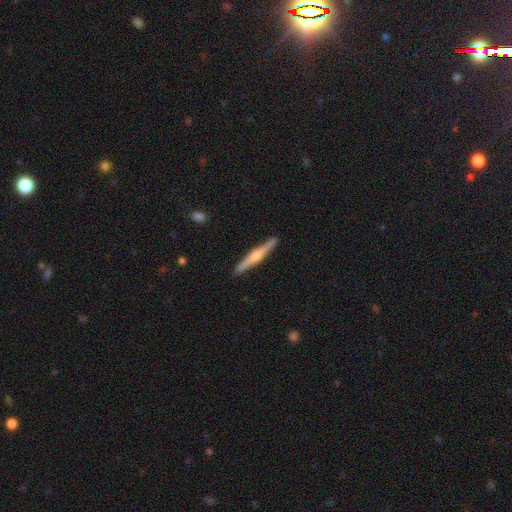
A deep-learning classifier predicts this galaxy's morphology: A featured or disk galaxy (69%) viewed edge-on (98%) with a rounded central bulge (84%).

Vote fractions:
- Smooth or featured? featured or disk: 69% / smooth: 26% / star or artifact: 5%
- Edge-on disk? yes: 98% / no: 2%
- Edge-on bulge? rounded: 84% / boxy: 8% / none: 8%
- Merging? none: 91% / minor disturbance: 7% / major disturbance: 1% / merger: 1%